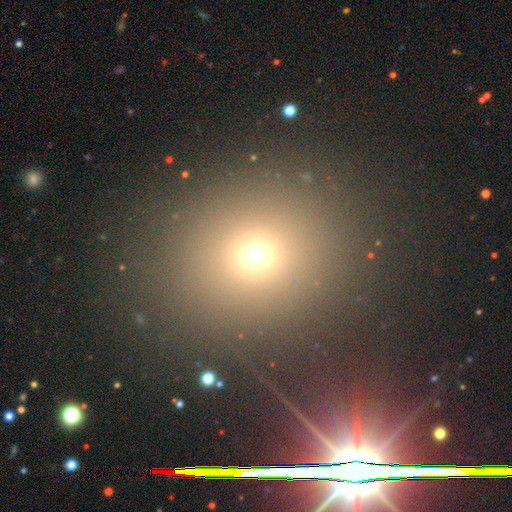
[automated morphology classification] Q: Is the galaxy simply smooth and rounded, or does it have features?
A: smooth — 63%.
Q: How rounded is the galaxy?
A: round — 77%.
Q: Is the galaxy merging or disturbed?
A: none — 85%.